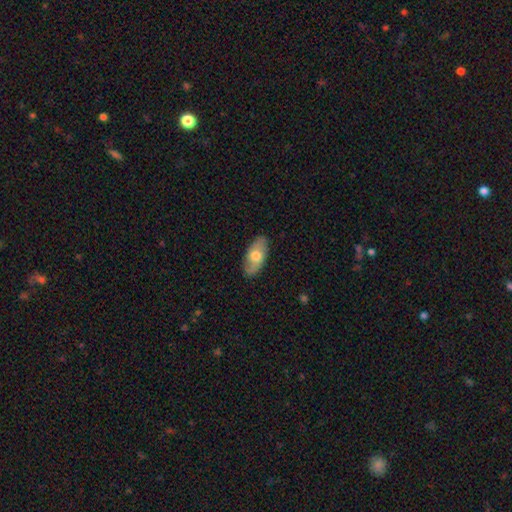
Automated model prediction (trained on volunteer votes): Morphology: type=smooth (60%); roundness=in between (91%); merging=none (84%).